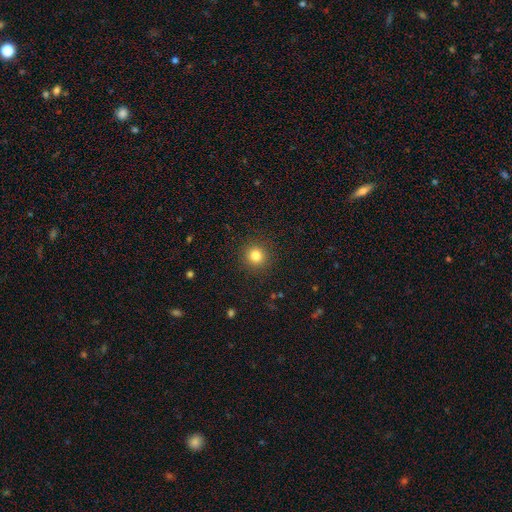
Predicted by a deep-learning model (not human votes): smooth 82%, star or artifact 12%, featured or disk 6%. Down the decision tree: how rounded — round (94%); merging — none (91%).